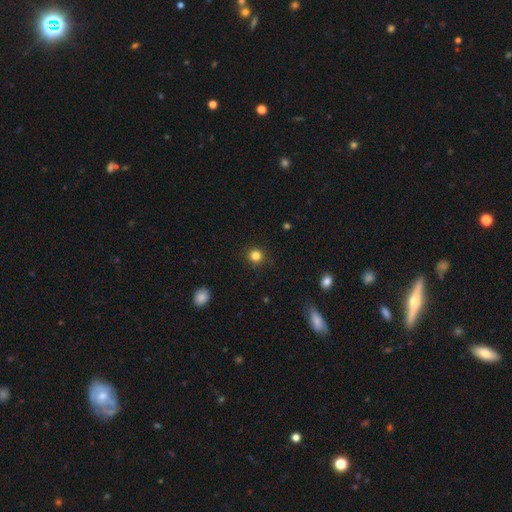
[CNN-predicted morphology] The model was most divided on "smooth or featured": smooth: 82%, star or artifact: 13%, featured or disk: 4%. More confident: how rounded — round (93%); merging — none (90%).